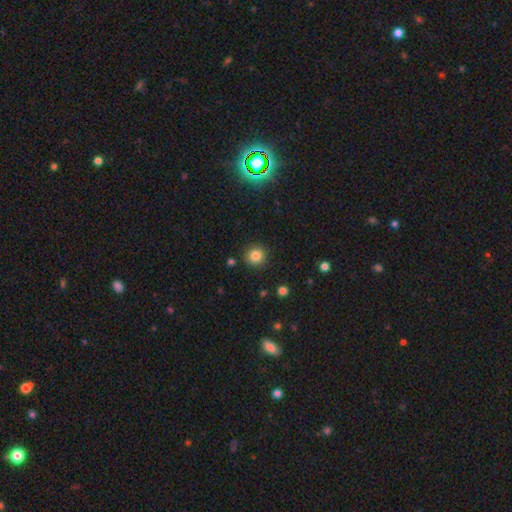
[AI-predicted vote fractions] smooth 83%, star or artifact 12%, featured or disk 6%. Down the decision tree: how rounded — round (93%); merging — none (90%).